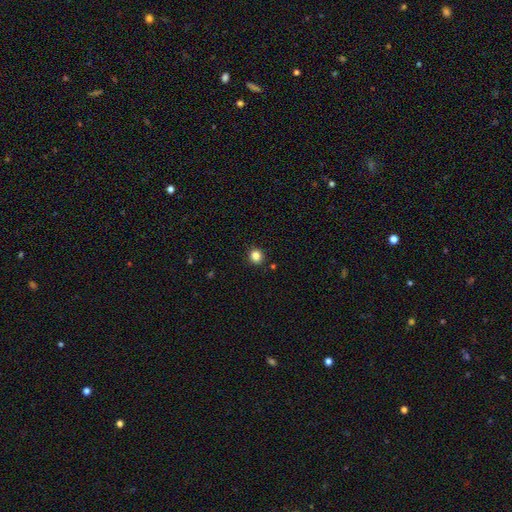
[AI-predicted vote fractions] Smooth or featured? Predicted: smooth (p=0.84). How rounded? Predicted: round (p=0.87). Merging? Predicted: none (p=0.91).